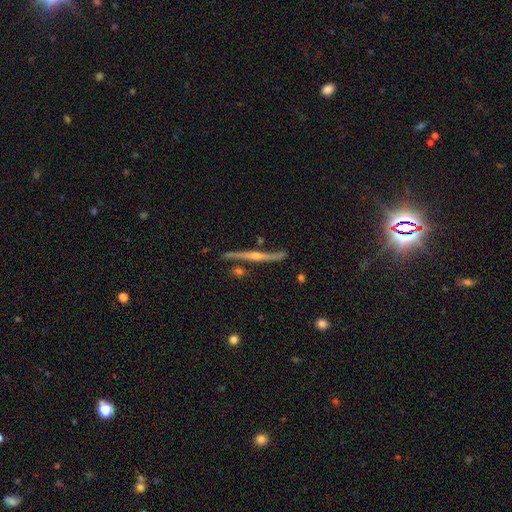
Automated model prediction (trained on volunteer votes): Smooth or featured?
  - featured or disk: 84% *
  - smooth: 11%
  - star or artifact: 6%
Edge-on disk?
  - yes: 97% *
  - no: 3%
Edge-on bulge?
  - rounded: 86% *
  - none: 10%
  - boxy: 4%
Merging?
  - none: 79% *
  - minor disturbance: 13%
  - merger: 5%
  - major disturbance: 3%